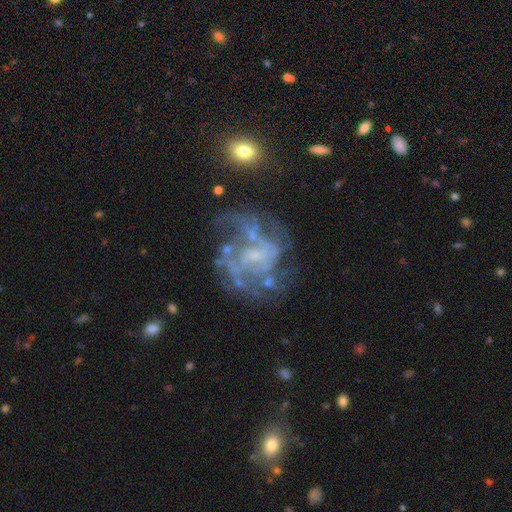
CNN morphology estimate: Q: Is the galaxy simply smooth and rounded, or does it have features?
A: featured or disk — 79%.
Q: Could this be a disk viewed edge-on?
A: no — 98%.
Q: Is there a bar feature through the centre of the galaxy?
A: no — 61%.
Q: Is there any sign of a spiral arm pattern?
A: yes — 71%.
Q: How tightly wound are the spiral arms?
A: medium — 43%.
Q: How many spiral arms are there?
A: can't tell — 41%.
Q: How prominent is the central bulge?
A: small — 46%.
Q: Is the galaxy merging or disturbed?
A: none — 49%.